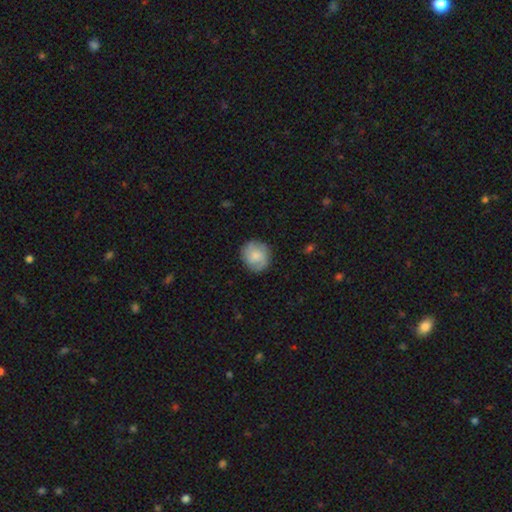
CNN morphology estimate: The model was most divided on "smooth or featured": smooth: 70%, featured or disk: 23%, star or artifact: 7%. More confident: merging — none (83%); how rounded — round (82%).